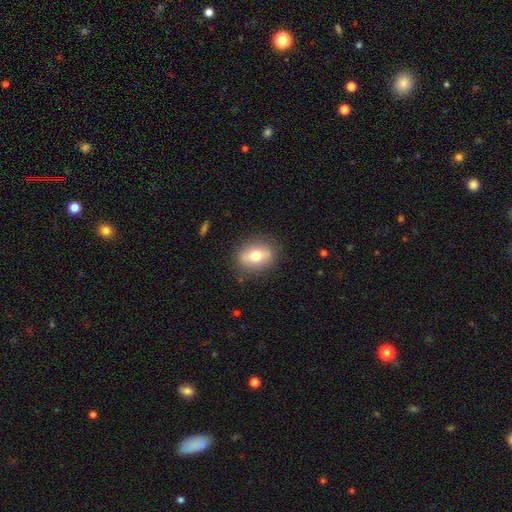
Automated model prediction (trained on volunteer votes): smooth 65%, featured or disk 27%, star or artifact 8%. Down the decision tree: how rounded — in between (65%); merging — none (85%).